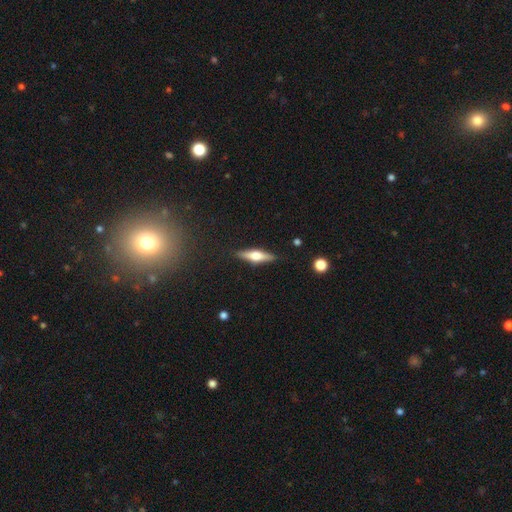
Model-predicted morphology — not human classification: Q: Smooth or featured?
A: featured or disk (57%); runner-up: smooth (37%)
Q: Edge-on disk?
A: yes (95%); runner-up: no (5%)
Q: Edge-on bulge?
A: rounded (91%); runner-up: boxy (7%)
Q: Merging?
A: none (88%); runner-up: minor disturbance (9%)